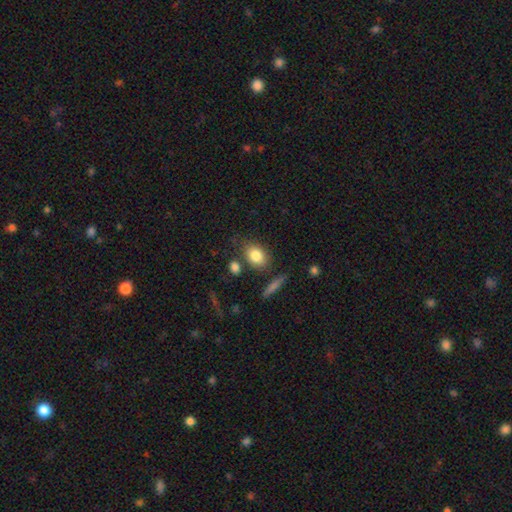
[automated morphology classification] This appears to be a smooth galaxy with no disk features (82%) that is in between round and cigar-shaped (69%). Merging: none (70%).